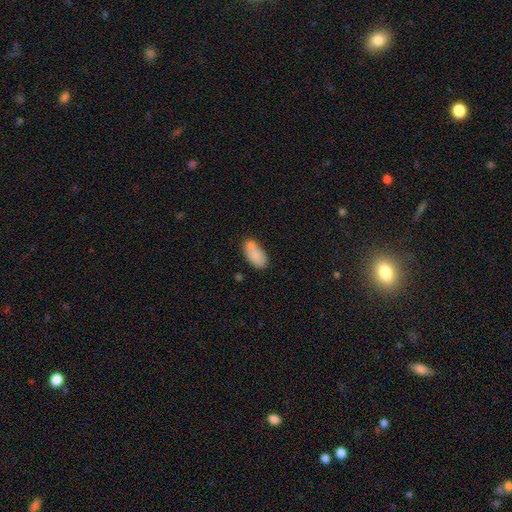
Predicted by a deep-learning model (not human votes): Smooth or featured? Predicted: smooth (p=0.80). How rounded? Predicted: in between (p=0.92). Merging? Predicted: none (p=0.53).